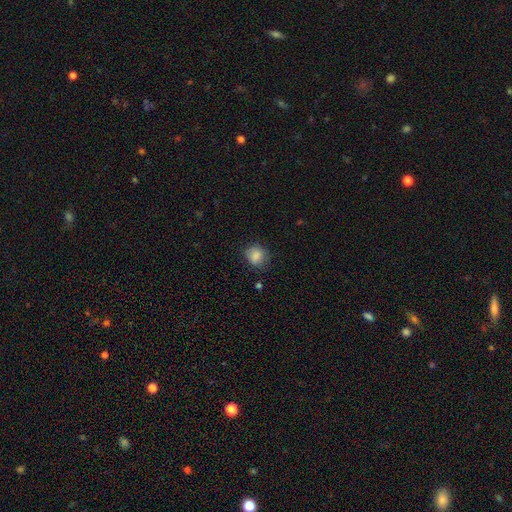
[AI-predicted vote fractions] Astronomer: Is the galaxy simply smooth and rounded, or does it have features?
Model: smooth — 84%.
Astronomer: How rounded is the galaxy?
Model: round — 69%.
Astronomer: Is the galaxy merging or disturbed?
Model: none — 69%.